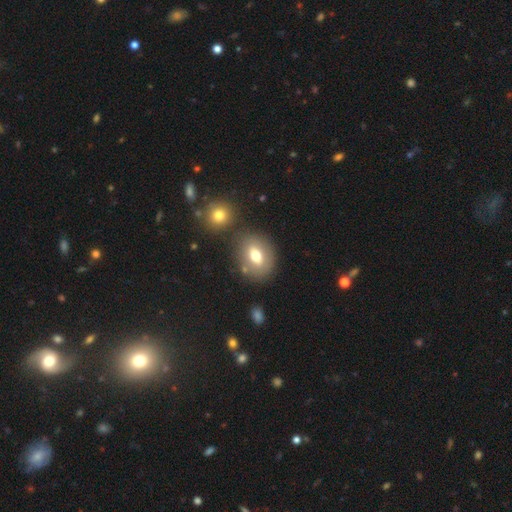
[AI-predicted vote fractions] Smooth or featured? smooth (67%)
How rounded? in between (66%)
Merging? none (70%)